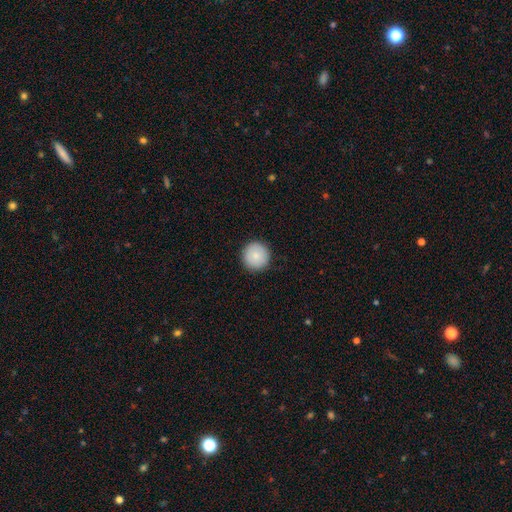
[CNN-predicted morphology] Smooth or featured? smooth (86%)
How rounded? round (96%)
Merging? none (93%)